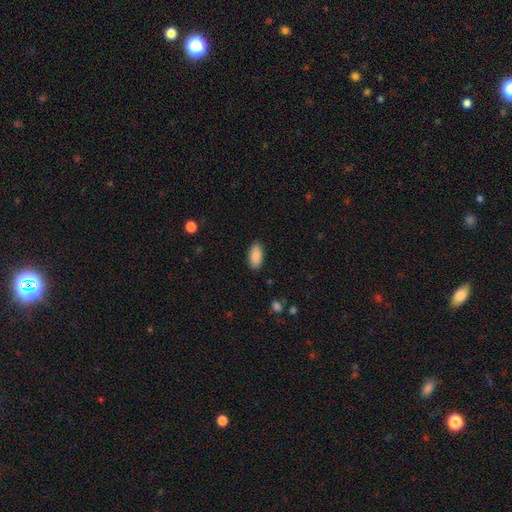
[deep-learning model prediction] A smooth galaxy with no disk features (89%) that is in between round and cigar-shaped (93%). Merging: none (88%).